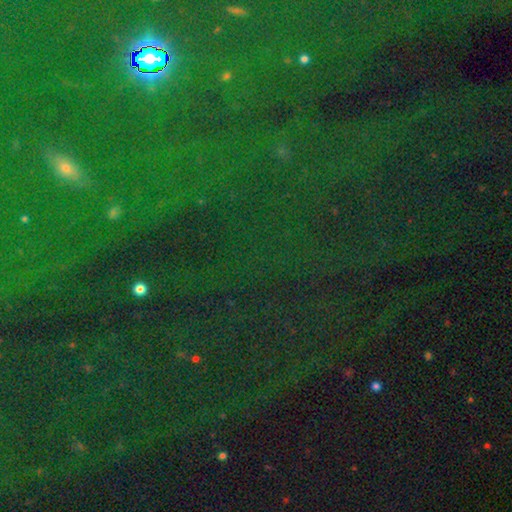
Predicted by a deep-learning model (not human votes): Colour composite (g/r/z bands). It shows a star or artifact, not a galaxy (81%).